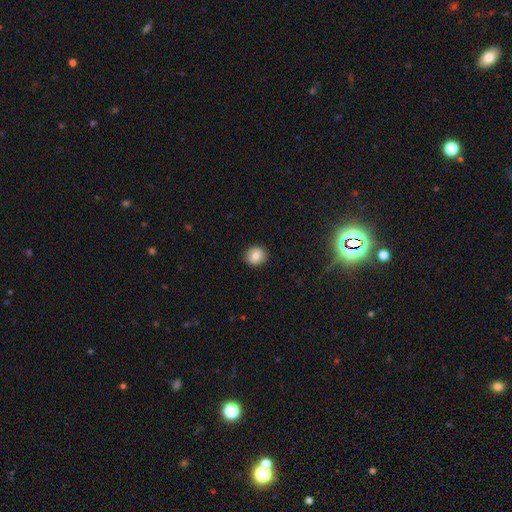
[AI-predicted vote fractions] A smooth galaxy with no disk features (80%) that is round (83%).

Vote fractions:
- Smooth or featured? smooth: 80% / featured or disk: 10% / star or artifact: 10%
- How rounded? round: 83% / in between: 16% / cigar-shaped: 1%
- Merging? none: 90% / minor disturbance: 7% / major disturbance: 2% / merger: 1%